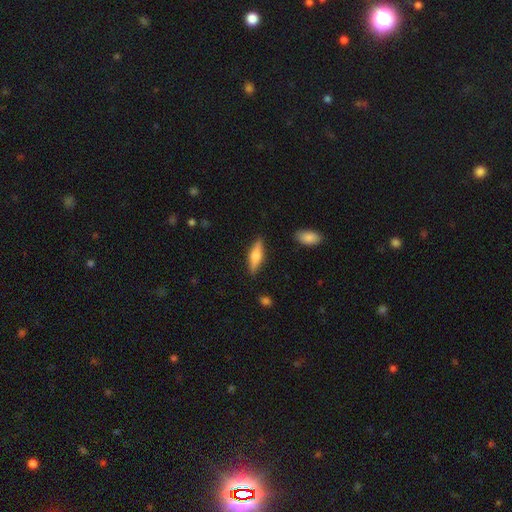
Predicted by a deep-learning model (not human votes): Smooth or featured?
  - smooth: 49% *
  - featured or disk: 45%
  - star or artifact: 6%
Merging?
  - none: 87% *
  - minor disturbance: 9%
  - major disturbance: 2%
  - merger: 2%